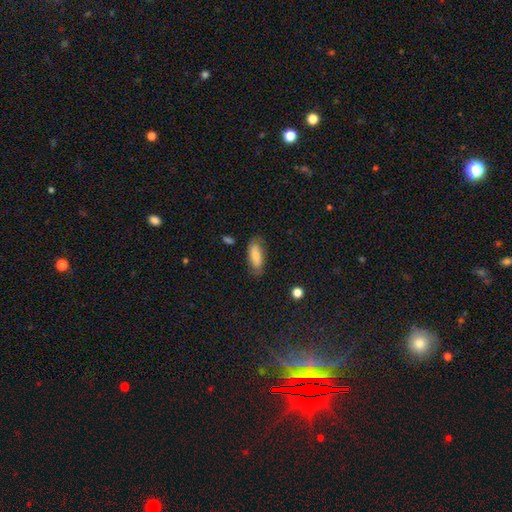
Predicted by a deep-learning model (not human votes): Morphology: type=smooth (79%); roundness=in between (77%); merging=none (74%).